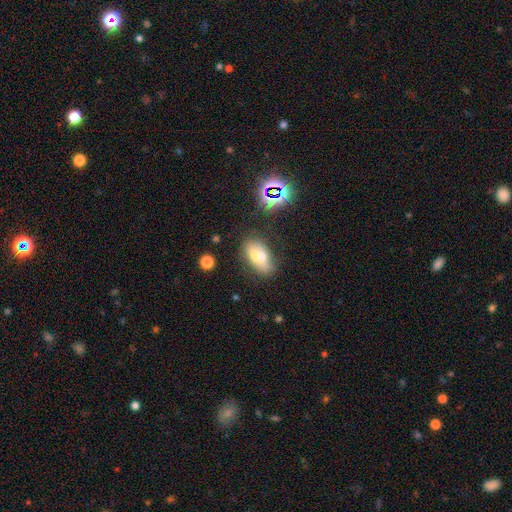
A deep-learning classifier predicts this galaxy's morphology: Smooth or featured?
  - smooth: 52% *
  - featured or disk: 33%
  - star or artifact: 15%
How rounded?
  - in between: 80% *
  - round: 15%
  - cigar-shaped: 5%
Merging?
  - merger: 44% *
  - none: 36%
  - minor disturbance: 13%
  - major disturbance: 7%